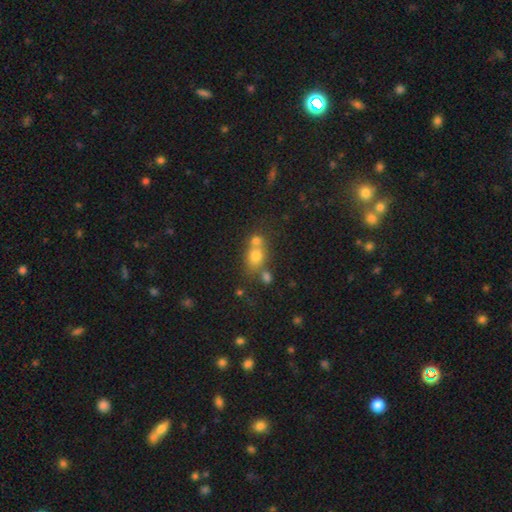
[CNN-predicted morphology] A smooth galaxy with no disk features (71%) that is round (60%). Merging: merger (47%).